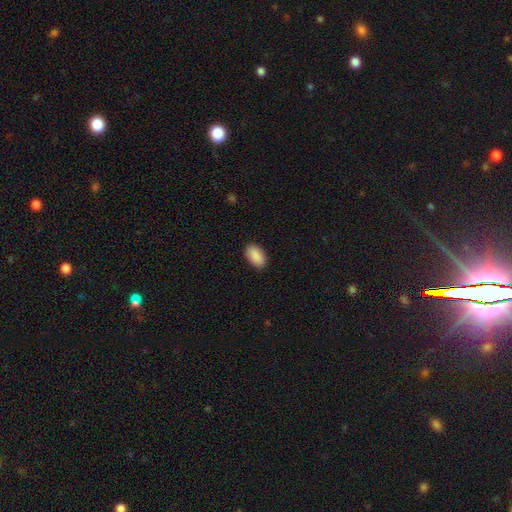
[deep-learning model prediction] This is clearly a smooth galaxy (91%). How rounded: clearly in between (95%). Merging: clearly none (90%).